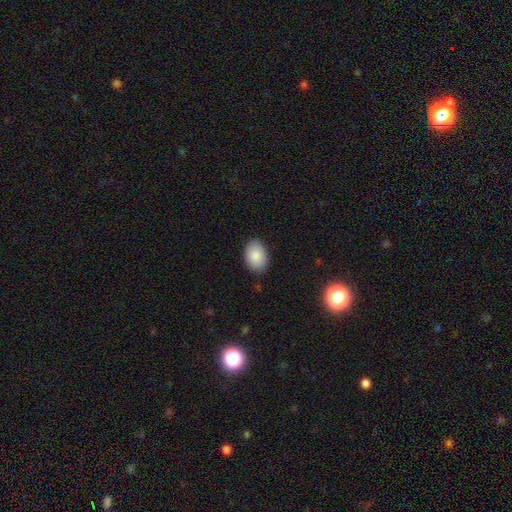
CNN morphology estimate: Smooth or featured? Predicted: smooth (p=0.88). How rounded? Predicted: in between (p=0.85). Merging? Predicted: none (p=0.86).